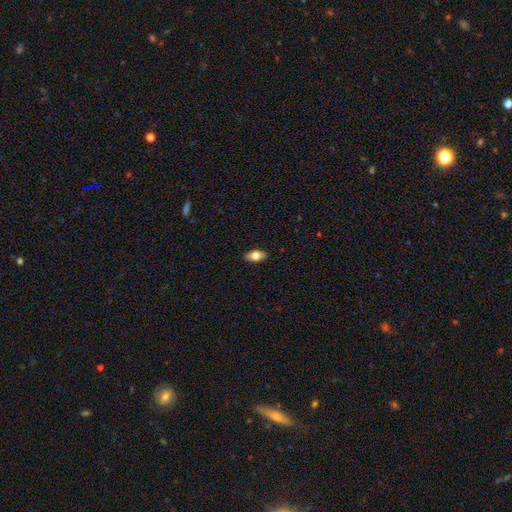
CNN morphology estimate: Smooth or featured: smooth — 70% (featured or disk — 23%)
How rounded: in between — 88% (cigar-shaped — 7%)
Merging: none — 89% (minor disturbance — 9%)